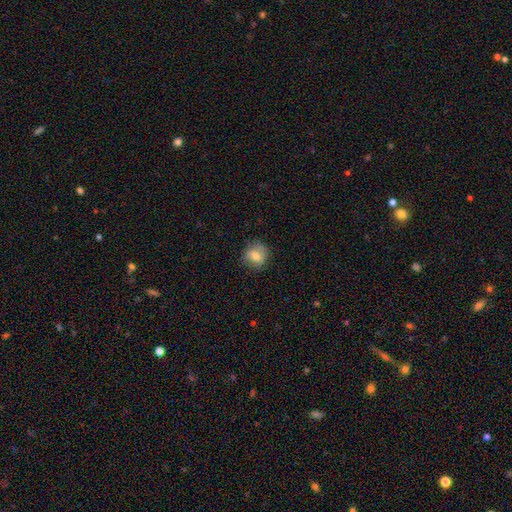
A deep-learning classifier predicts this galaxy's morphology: smooth_or_featured: smooth (p=0.73) [alt: featured or disk p=0.18]
how_rounded: round (p=0.79) [alt: in between p=0.20]
merging: none (p=0.78) [alt: minor disturbance p=0.16]